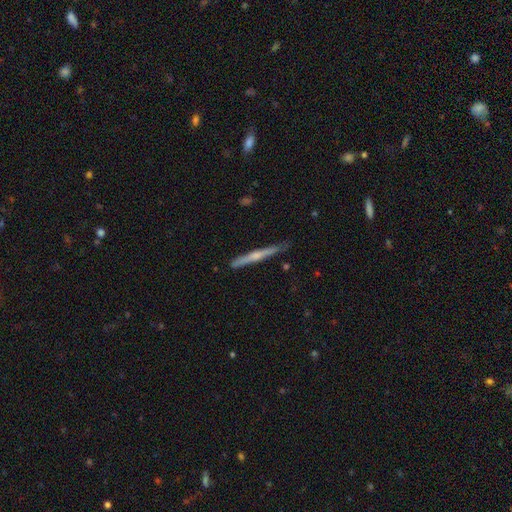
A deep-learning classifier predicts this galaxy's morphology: Smooth or featured: featured or disk — 63% (smooth — 31%)
Edge-on disk: yes — 97% (no — 3%)
Edge-on bulge: rounded — 66% (none — 28%)
Merging: none — 85% (minor disturbance — 12%)